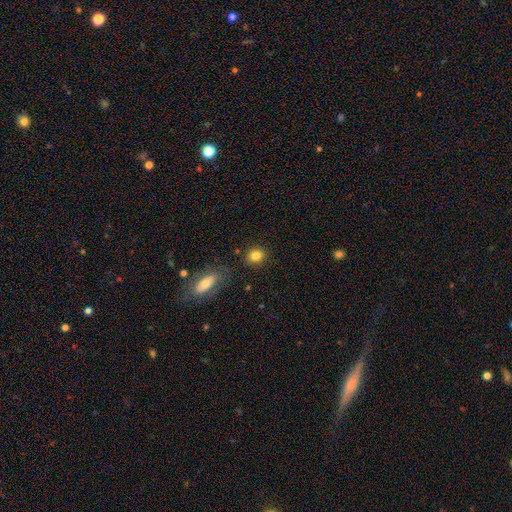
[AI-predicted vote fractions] Smooth or featured?
  - smooth: 84% *
  - star or artifact: 10%
  - featured or disk: 7%
How rounded?
  - round: 65% *
  - in between: 33%
  - cigar-shaped: 2%
Merging?
  - none: 84% *
  - minor disturbance: 9%
  - merger: 3%
  - major disturbance: 3%